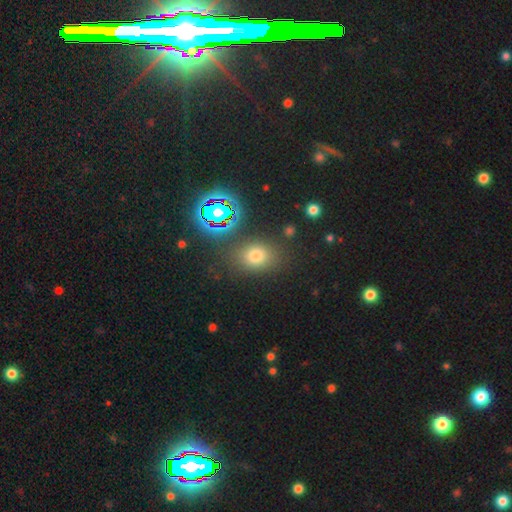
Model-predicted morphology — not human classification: Smooth or featured?
  - smooth: 69% *
  - star or artifact: 22%
  - featured or disk: 9%
How rounded?
  - in between: 54% *
  - round: 45%
  - cigar-shaped: 2%
Merging?
  - none: 80% *
  - minor disturbance: 11%
  - major disturbance: 5%
  - merger: 4%